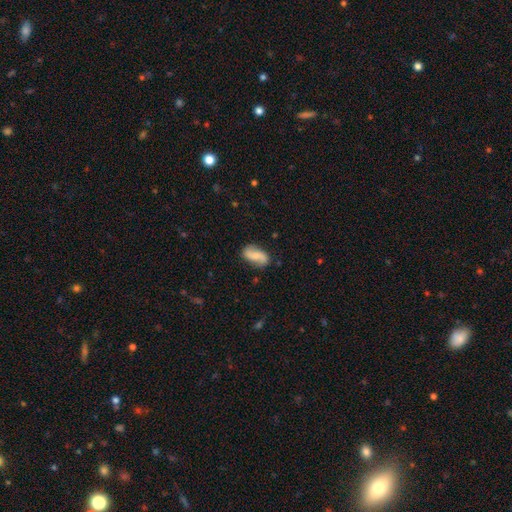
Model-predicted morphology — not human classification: Smooth or featured? Predicted: featured or disk (p=0.47). Merging? Predicted: none (p=0.78).